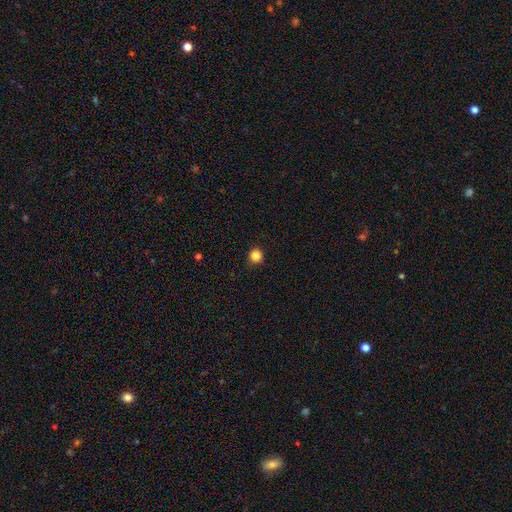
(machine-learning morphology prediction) type=smooth (84%); roundness=round (94%); merging=none (91%).